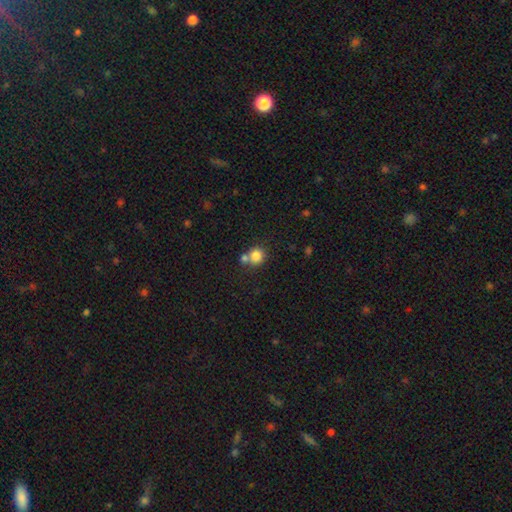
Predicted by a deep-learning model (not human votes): Q: Smooth or featured?
A: smooth (82%); runner-up: star or artifact (11%)
Q: How rounded?
A: round (88%); runner-up: in between (11%)
Q: Merging?
A: none (55%); runner-up: merger (33%)